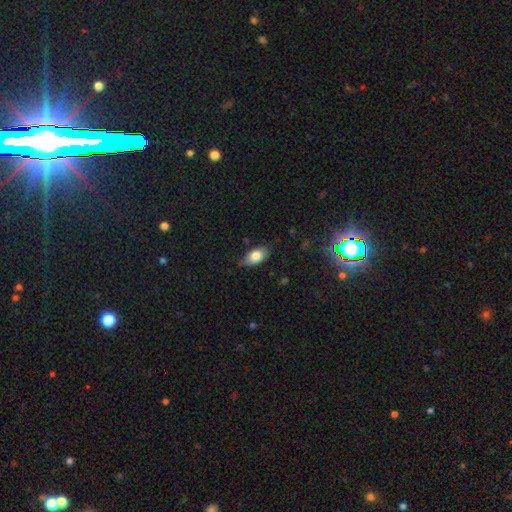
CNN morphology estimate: This is likely a smooth galaxy (79%). How rounded: clearly in between (91%). Merging: likely none (72%).